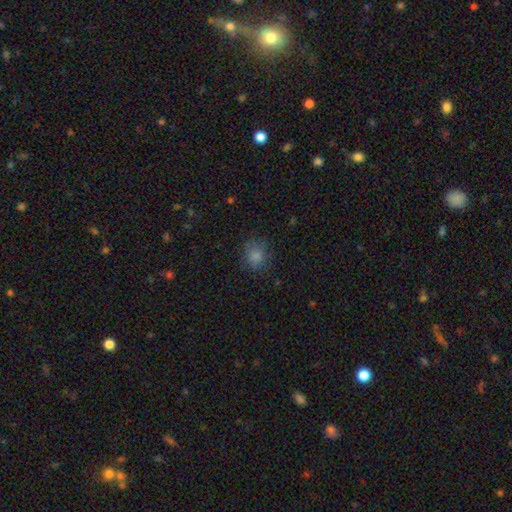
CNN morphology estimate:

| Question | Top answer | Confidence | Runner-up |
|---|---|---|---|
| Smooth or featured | smooth | 82% | star or artifact (12%) |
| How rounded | round | 77% | in between (22%) |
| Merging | none | 80% | minor disturbance (14%) |